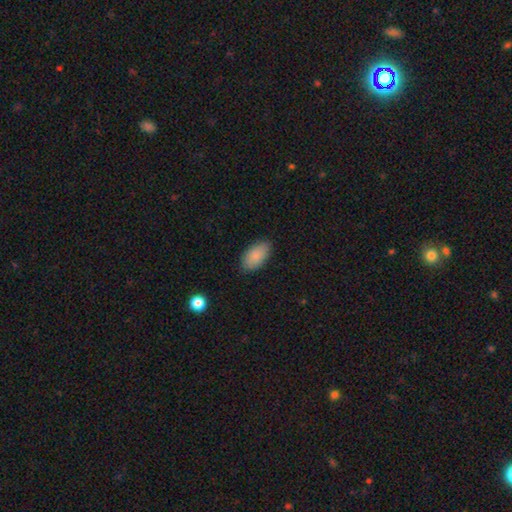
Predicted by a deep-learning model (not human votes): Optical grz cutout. It shows a smooth galaxy with no disk features (87%) that is in between round and cigar-shaped (94%). Merging: none (85%).